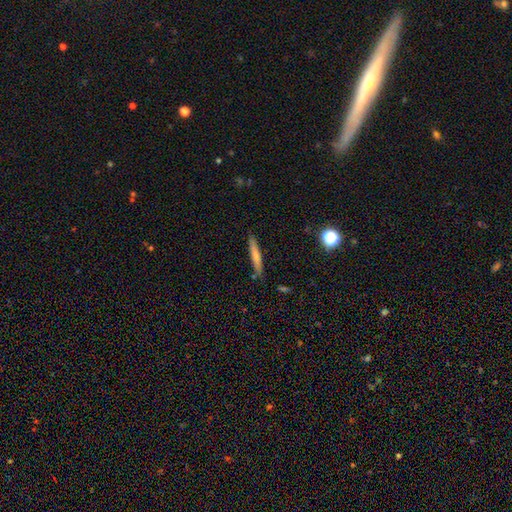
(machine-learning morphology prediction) This appears to be a smooth galaxy with no disk features (64%) that is cigar-shaped (93%). Merging: none (85%).